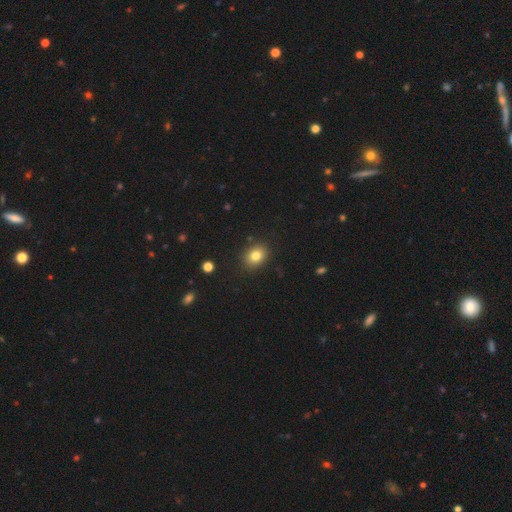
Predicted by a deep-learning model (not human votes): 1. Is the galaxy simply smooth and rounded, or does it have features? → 81% smooth, 11% star or artifact, 8% featured or disk.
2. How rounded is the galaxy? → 50% in between, 49% round, 1% cigar-shaped.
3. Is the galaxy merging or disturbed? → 88% none, 8% minor disturbance, 2% major disturbance, 2% merger.